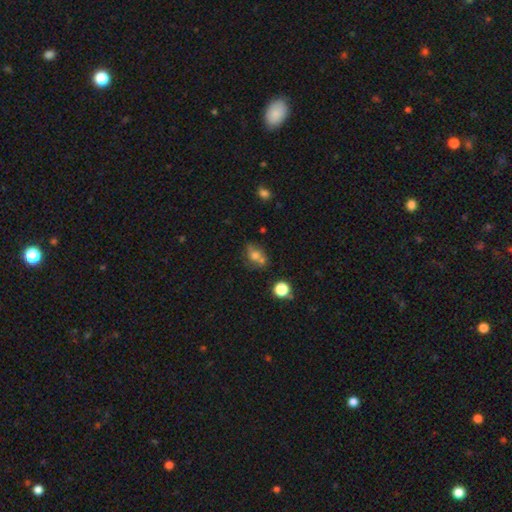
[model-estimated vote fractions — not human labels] Overall: smooth (65%). How rounded: round (51%; in between 48%). Merging: none (43%; merger 35%).